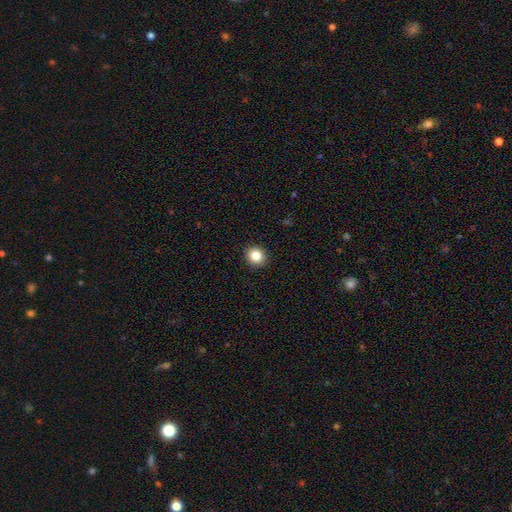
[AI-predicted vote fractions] smooth-or-featured: smooth: 85% | star or artifact: 10% | featured or disk: 5%
  how-rounded: round: 86% | in between: 13% | cigar-shaped: 1%
  merging: none: 92% | minor disturbance: 5% | major disturbance: 2% | merger: 1%